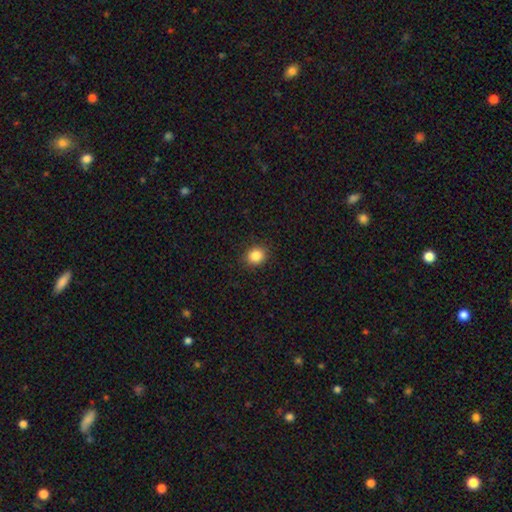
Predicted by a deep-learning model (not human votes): smooth-or-featured: smooth: 85% | star or artifact: 10% | featured or disk: 4%
  how-rounded: round: 74% | in between: 25% | cigar-shaped: 1%
  merging: none: 90% | minor disturbance: 7% | major disturbance: 2% | merger: 1%